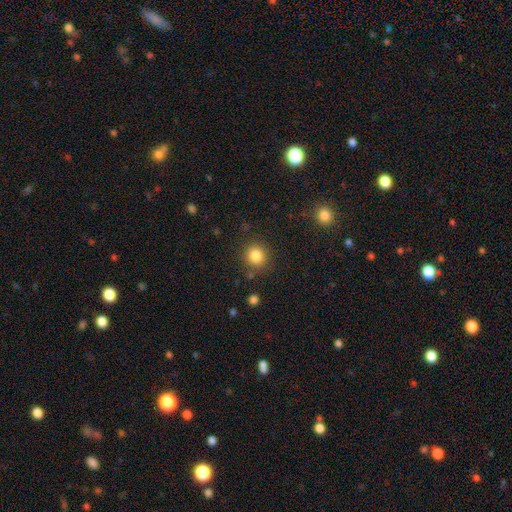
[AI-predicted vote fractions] This is clearly a smooth galaxy (84%). How rounded: clearly round (89%). Merging: clearly none (85%).